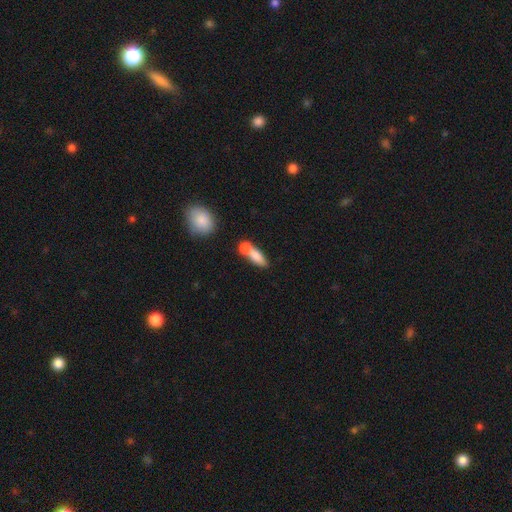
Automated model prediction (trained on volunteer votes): smooth_or_featured: smooth (p=0.77) [alt: featured or disk p=0.15]
how_rounded: in between (p=0.61) [alt: cigar-shaped p=0.31]
merging: merger (p=0.53) [alt: none p=0.32]